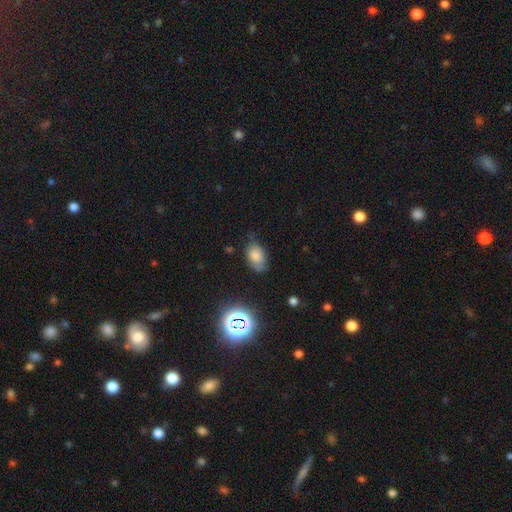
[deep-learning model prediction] Morphology: type=smooth (75%); roundness=in between (87%); merging=none (58%).